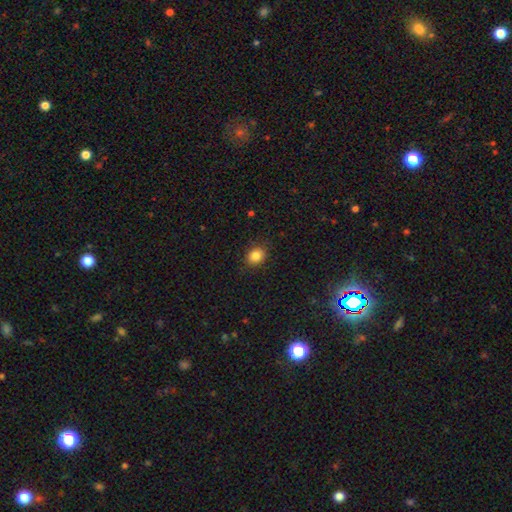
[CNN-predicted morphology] smooth 85%, star or artifact 10%, featured or disk 5%. Down the decision tree: how rounded — round (50%); merging — none (86%).